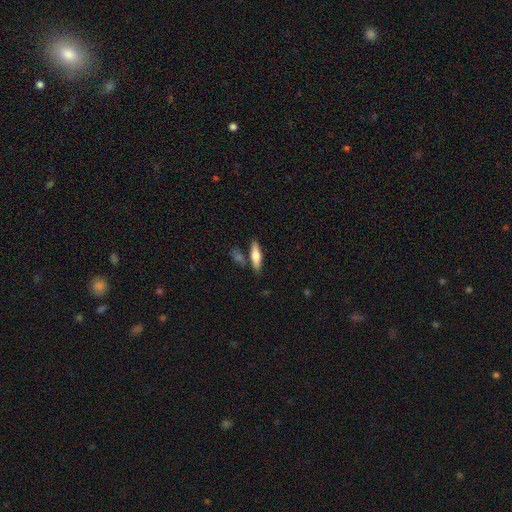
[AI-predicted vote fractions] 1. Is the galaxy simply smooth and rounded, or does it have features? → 65% smooth, 29% featured or disk, 6% star or artifact.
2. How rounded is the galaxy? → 62% cigar-shaped, 36% in between, 2% round.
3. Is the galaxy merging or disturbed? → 74% none, 12% minor disturbance, 10% merger, 3% major disturbance.